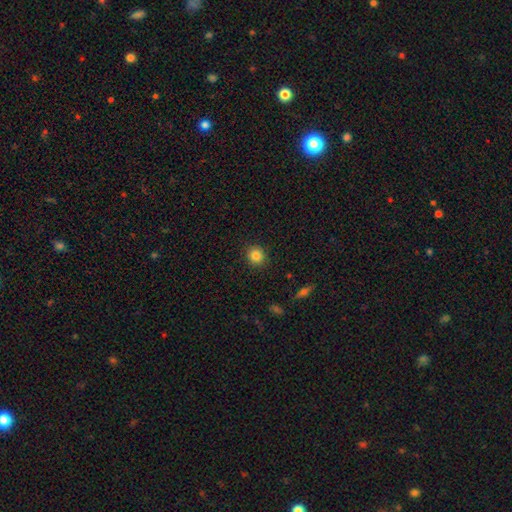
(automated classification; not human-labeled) Overall: smooth (83%). How rounded: round (89%). Merging: none (91%).